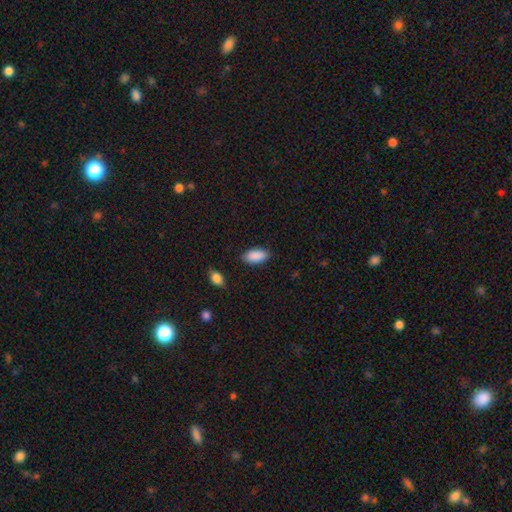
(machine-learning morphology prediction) A smooth galaxy with no disk features (90%) that is in between round and cigar-shaped (92%).

Vote fractions:
- Smooth or featured? smooth: 90% / star or artifact: 6% / featured or disk: 3%
- How rounded? in between: 92% / cigar-shaped: 5% / round: 2%
- Merging? none: 85% / minor disturbance: 11% / major disturbance: 3% / merger: 1%